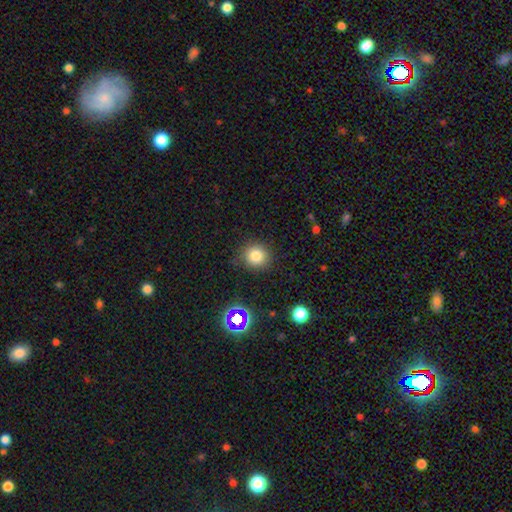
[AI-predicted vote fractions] This appears to be a smooth galaxy with no disk features (79%) that is round (89%). Merging: none (84%).